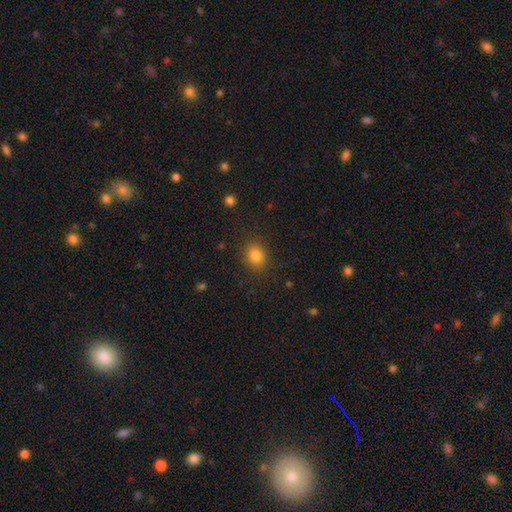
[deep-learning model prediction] A smooth galaxy with no disk features (82%) that is round (58%). Merging: none (87%).